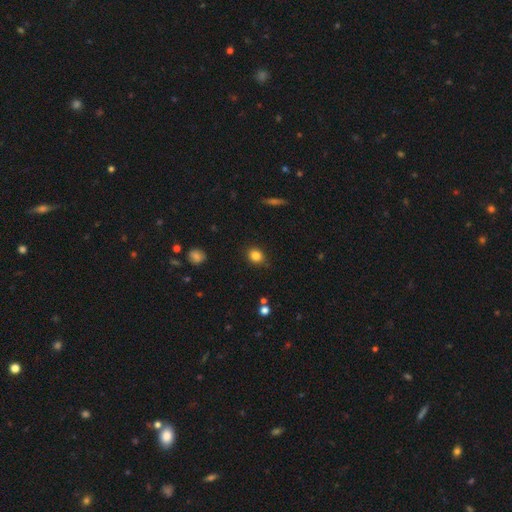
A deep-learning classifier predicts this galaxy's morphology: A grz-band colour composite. It shows a smooth galaxy with no disk features (84%) that is round (62%). Merging: none (82%).